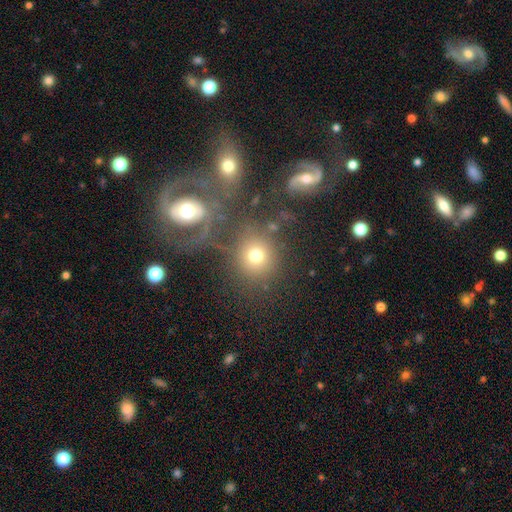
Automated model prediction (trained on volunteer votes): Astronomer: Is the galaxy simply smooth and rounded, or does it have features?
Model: smooth — 70%.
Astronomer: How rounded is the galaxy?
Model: round — 87%.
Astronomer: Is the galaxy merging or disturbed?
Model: none — 67%.